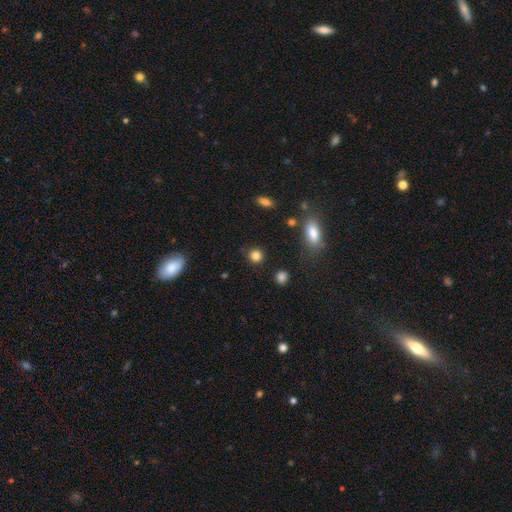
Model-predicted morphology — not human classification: smooth-or-featured: smooth: 83% | star or artifact: 12% | featured or disk: 5%
  how-rounded: round: 90% | in between: 9% | cigar-shaped: 1%
  merging: none: 87% | minor disturbance: 8% | major disturbance: 3% | merger: 2%